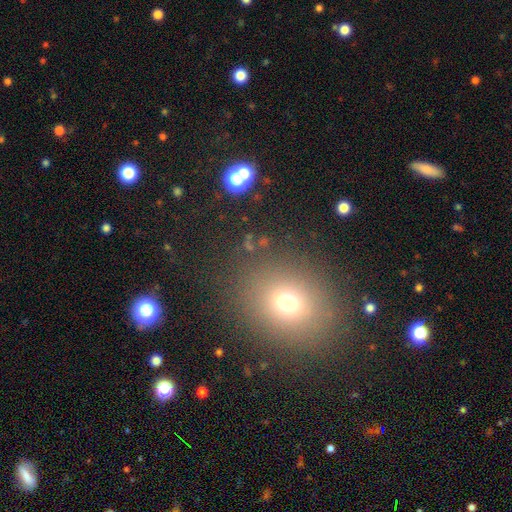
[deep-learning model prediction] Morphology: type=smooth (62%); roundness=round (57%); merging=none (87%).